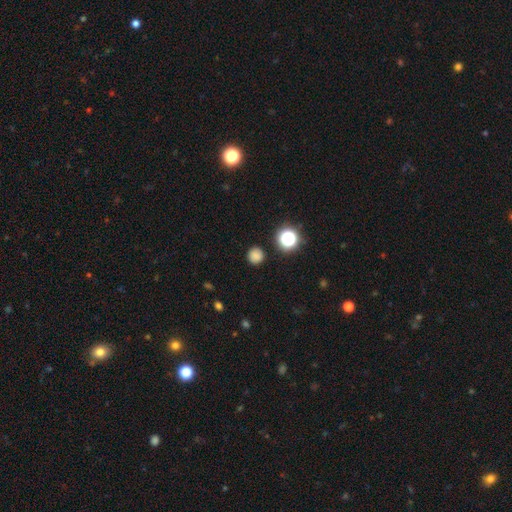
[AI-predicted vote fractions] smooth_or_featured: smooth (p=0.80) [alt: star or artifact p=0.16]
how_rounded: round (p=0.93) [alt: in between p=0.06]
merging: none (p=0.89) [alt: minor disturbance p=0.07]